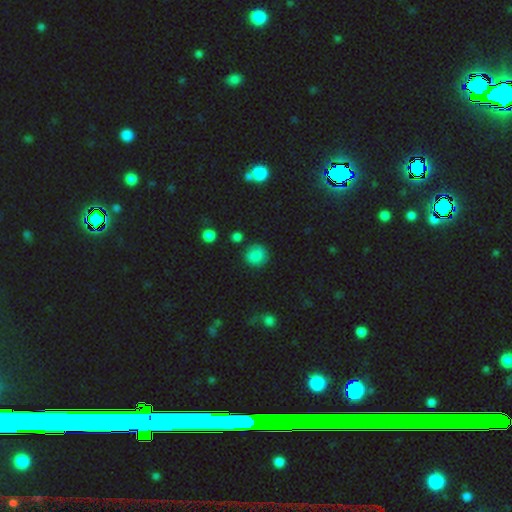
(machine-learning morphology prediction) smooth_or_featured: smooth (p=0.79) [alt: star or artifact p=0.11]
how_rounded: round (p=0.85) [alt: in between p=0.14]
merging: none (p=0.78) [alt: minor disturbance p=0.15]